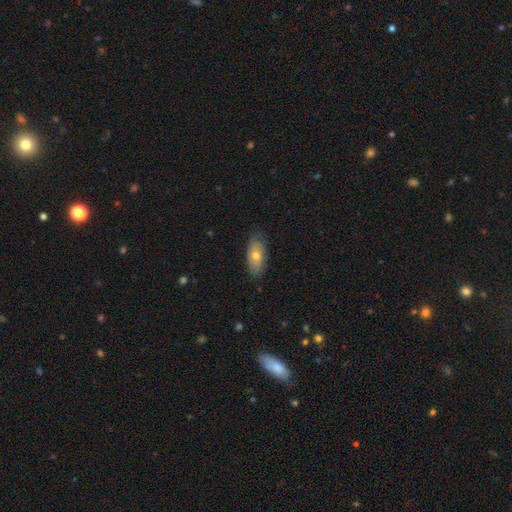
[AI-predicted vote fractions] smooth 64%, featured or disk 29%, star or artifact 7%. Down the decision tree: how rounded — in between (84%); merging — none (78%).